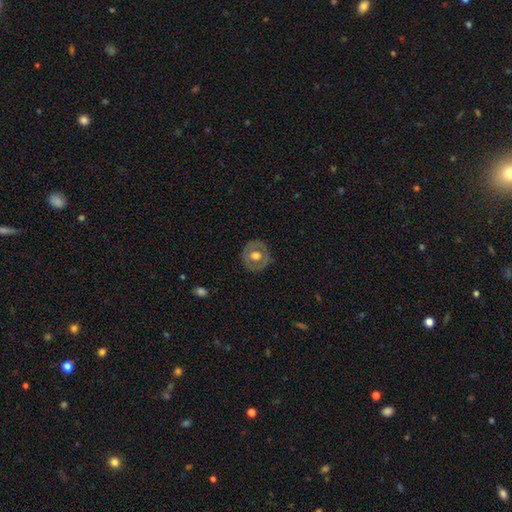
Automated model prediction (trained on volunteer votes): Overall: featured or disk (49%; smooth 45%). Merging: none (83%).